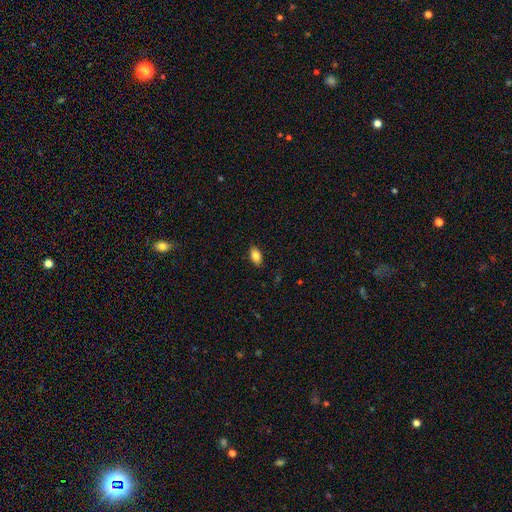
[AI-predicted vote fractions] smooth 84%, featured or disk 8%, star or artifact 8%. Down the decision tree: how rounded — in between (91%); merging — none (87%).